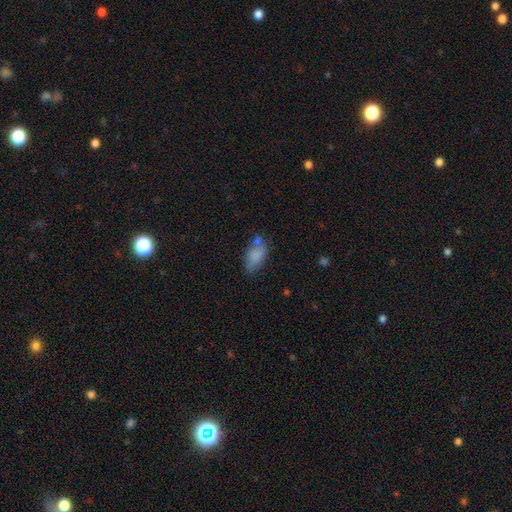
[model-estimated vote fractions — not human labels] This appears to be a smooth galaxy with no disk features (80%) that is in between round and cigar-shaped (88%). Merging: none (53%).